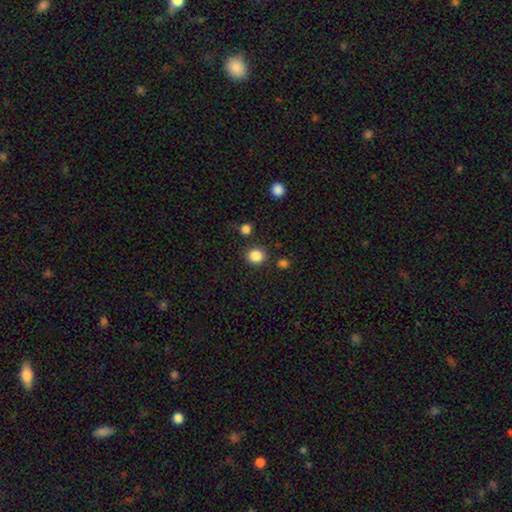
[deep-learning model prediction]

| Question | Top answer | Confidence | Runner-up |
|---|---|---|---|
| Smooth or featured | smooth | 86% | star or artifact (11%) |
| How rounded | round | 83% | in between (16%) |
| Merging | none | 85% | minor disturbance (8%) |